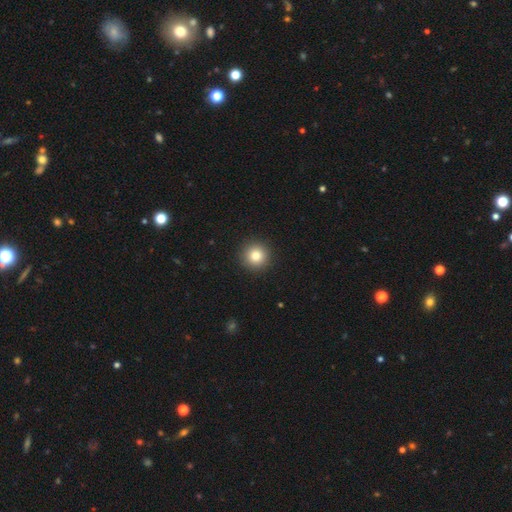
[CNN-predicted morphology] This appears to be a smooth galaxy with no disk features (83%) that is round (95%). Merging: none (92%).